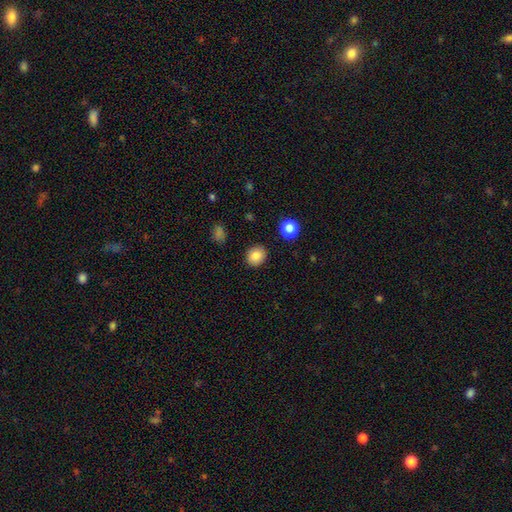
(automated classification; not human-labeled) This appears to be a smooth galaxy with no disk features (83%) that is round (72%). Merging: none (90%).